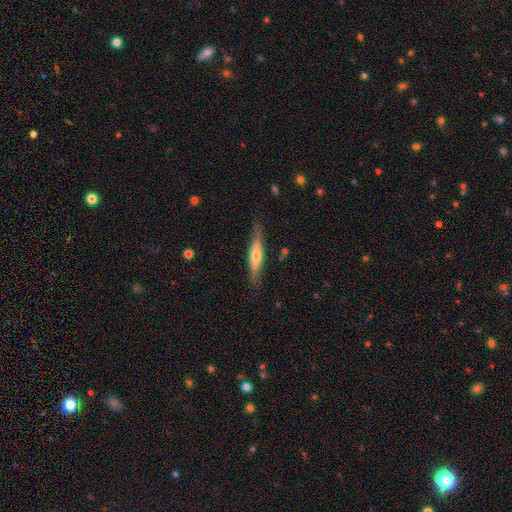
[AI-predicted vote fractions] A featured or disk galaxy (49%).

Vote fractions:
- Smooth or featured? featured or disk: 49% / smooth: 45% / star or artifact: 6%
- Merging? none: 82% / minor disturbance: 14% / major disturbance: 3% / merger: 1%